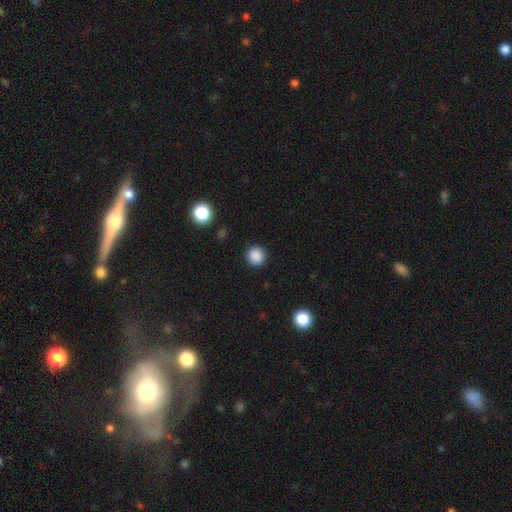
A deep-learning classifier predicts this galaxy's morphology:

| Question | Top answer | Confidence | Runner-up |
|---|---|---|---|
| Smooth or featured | smooth | 87% | star or artifact (10%) |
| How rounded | round | 93% | in between (7%) |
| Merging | none | 91% | minor disturbance (5%) |